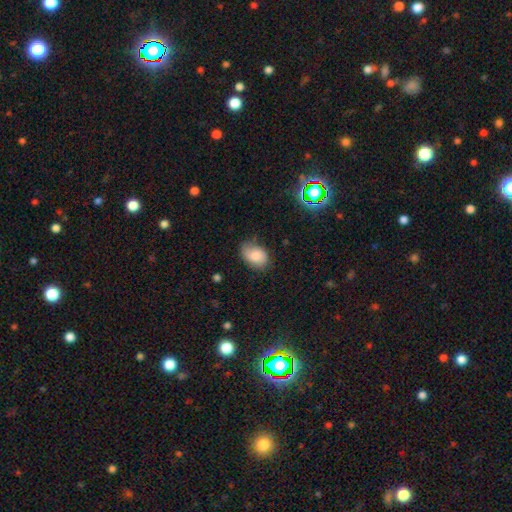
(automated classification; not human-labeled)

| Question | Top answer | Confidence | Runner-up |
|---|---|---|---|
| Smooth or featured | smooth | 75% | featured or disk (16%) |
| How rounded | in between | 80% | round (18%) |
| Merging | none | 62% | minor disturbance (29%) |